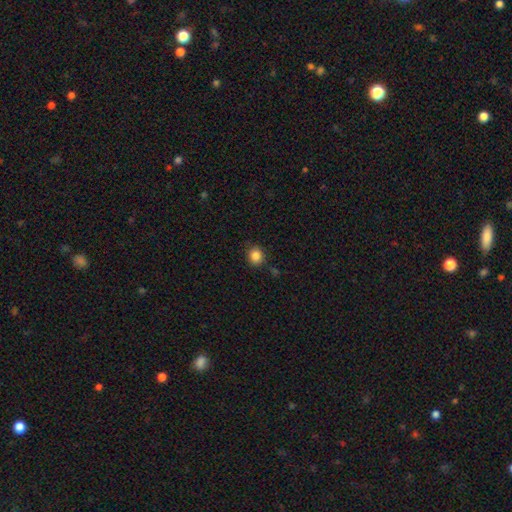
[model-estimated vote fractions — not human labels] This is clearly a smooth galaxy (85%). How rounded: likely round (77%). Merging: clearly none (84%).